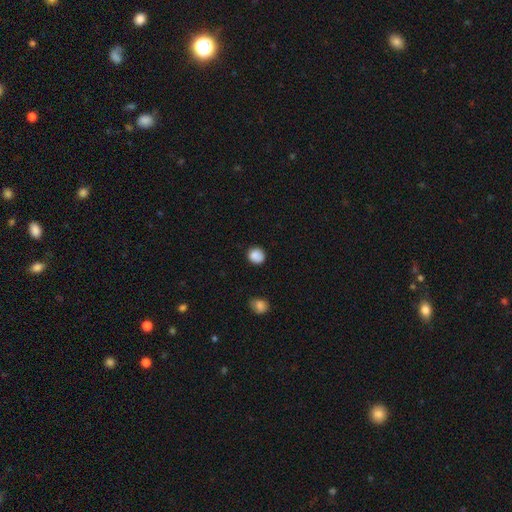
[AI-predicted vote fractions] Q: Smooth or featured?
A: smooth (87%); runner-up: star or artifact (9%)
Q: How rounded?
A: round (85%); runner-up: in between (14%)
Q: Merging?
A: none (82%); runner-up: minor disturbance (13%)